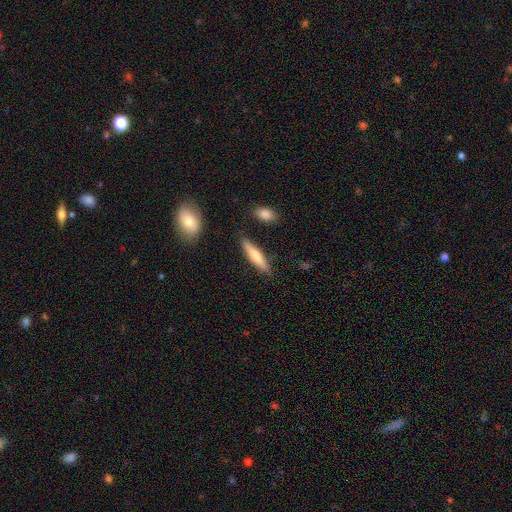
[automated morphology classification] Smooth or featured?
  - smooth: 65% *
  - featured or disk: 29%
  - star or artifact: 6%
How rounded?
  - cigar-shaped: 78% *
  - in between: 20%
  - round: 2%
Merging?
  - none: 83% *
  - minor disturbance: 11%
  - merger: 3%
  - major disturbance: 3%